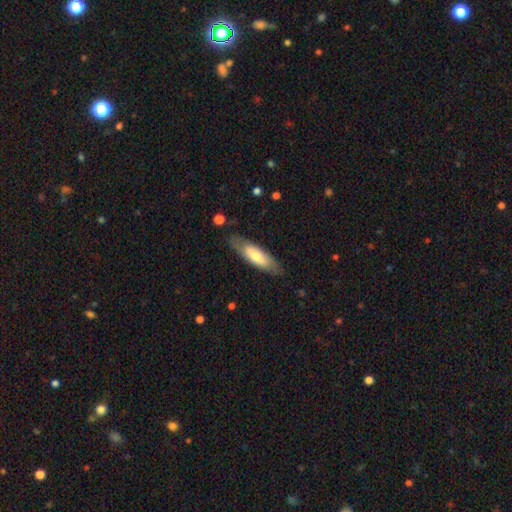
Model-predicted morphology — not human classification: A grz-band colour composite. It shows a smooth galaxy with no disk features (61%) that is in between round and cigar-shaped (53%). Merging: none (80%).